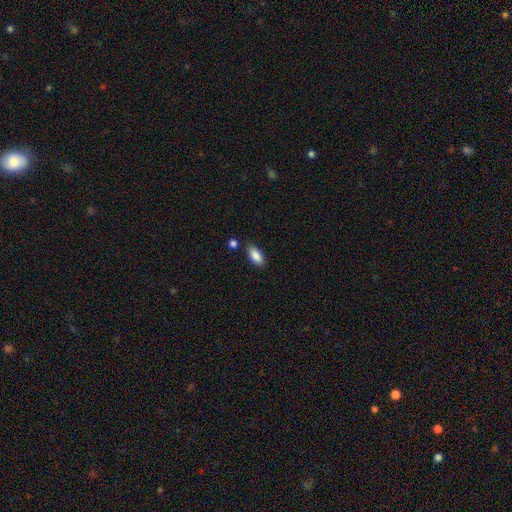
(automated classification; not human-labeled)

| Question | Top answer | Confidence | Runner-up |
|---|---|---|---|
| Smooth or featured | smooth | 87% | star or artifact (7%) |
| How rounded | in between | 89% | cigar-shaped (8%) |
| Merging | none | 78% | minor disturbance (14%) |